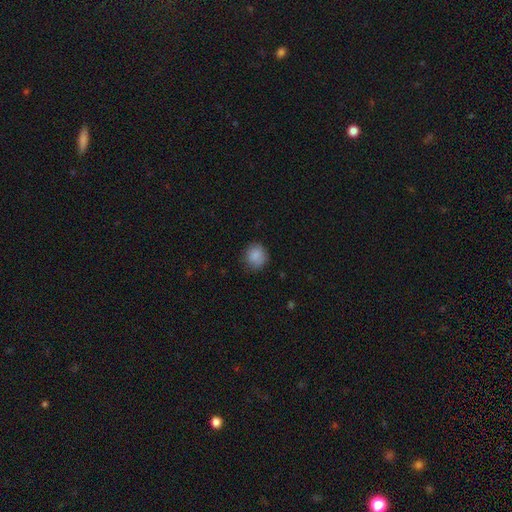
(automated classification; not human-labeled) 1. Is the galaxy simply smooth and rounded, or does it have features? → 86% smooth, 9% star or artifact, 6% featured or disk.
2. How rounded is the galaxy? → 82% round, 17% in between, 1% cigar-shaped.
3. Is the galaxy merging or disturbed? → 79% none, 17% minor disturbance, 4% major disturbance, 1% merger.